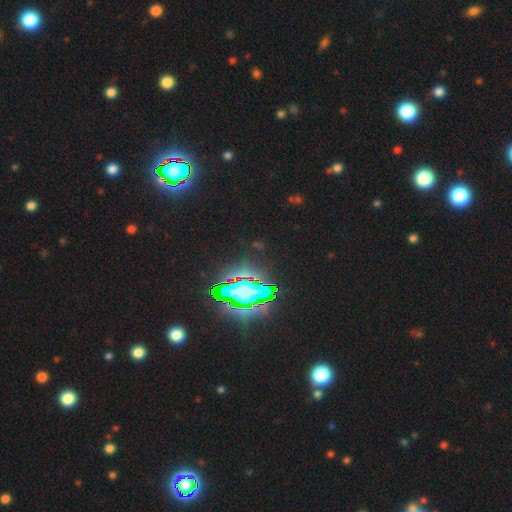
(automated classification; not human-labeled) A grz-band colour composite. It shows a star or artifact, not a galaxy (81%).